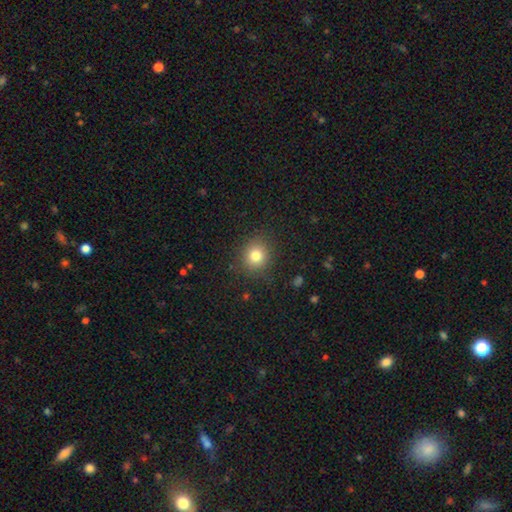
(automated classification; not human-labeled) Overall: smooth (79%). How rounded: round (82%). Merging: none (87%).